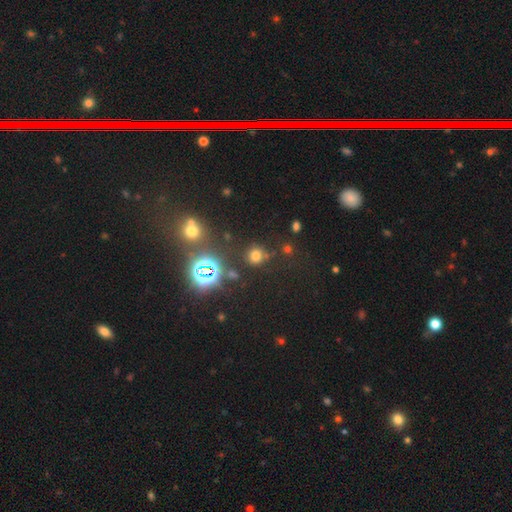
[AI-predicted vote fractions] A smooth galaxy with no disk features (63%) that is round (89%). Merging: none (79%).